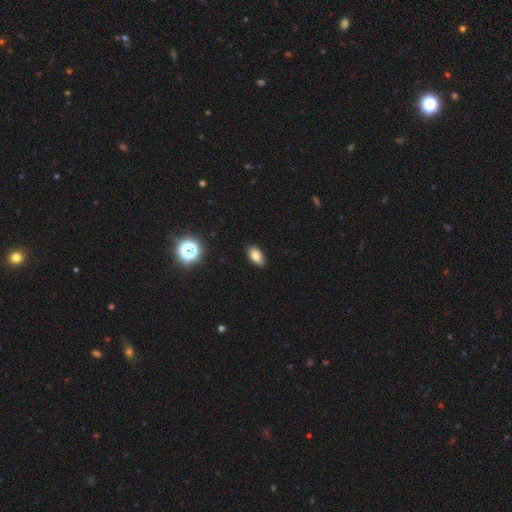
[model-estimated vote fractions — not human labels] Morphology: type=smooth (80%); roundness=in between (91%); merging=none (85%).